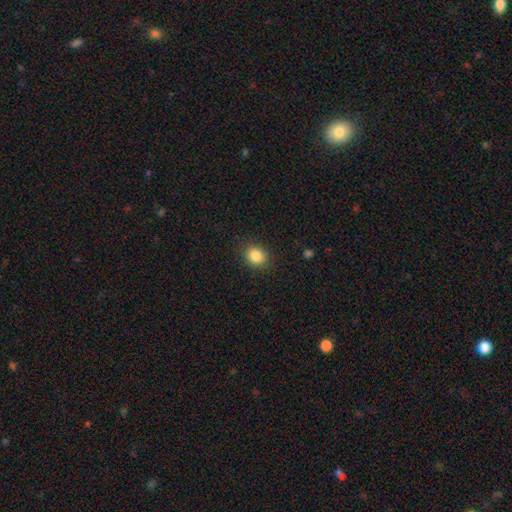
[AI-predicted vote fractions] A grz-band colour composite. It shows a smooth galaxy with no disk features (85%) that is round (59%). Merging: none (88%).